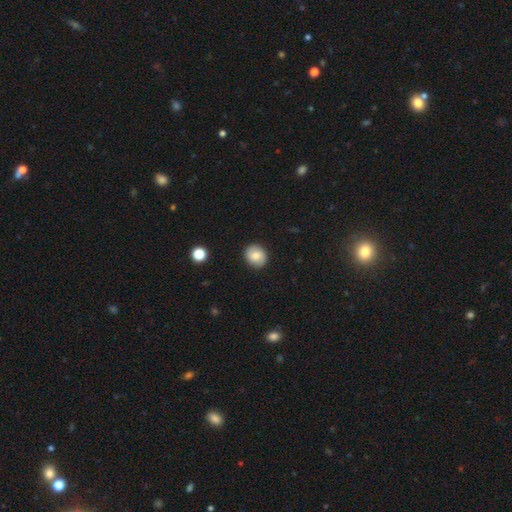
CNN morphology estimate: The model was most divided on "how rounded": round: 71%, in between: 28%, cigar-shaped: 1%. More confident: merging — none (89%); smooth or featured — smooth (78%).